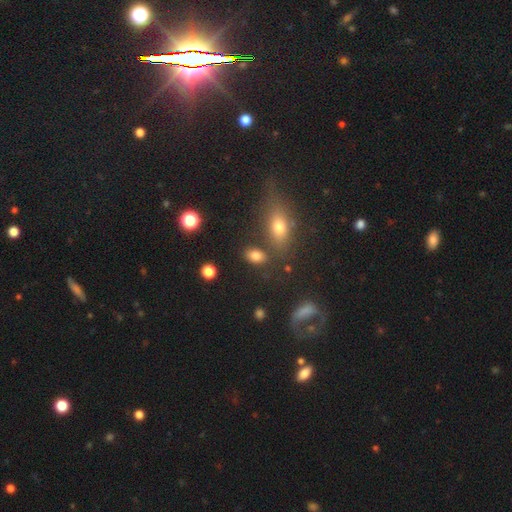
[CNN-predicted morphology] A smooth galaxy with no disk features (81%) that is in between round and cigar-shaped (83%).

Vote fractions:
- Smooth or featured? smooth: 81% / star or artifact: 12% / featured or disk: 7%
- How rounded? in between: 83% / round: 14% / cigar-shaped: 2%
- Merging? none: 74% / minor disturbance: 12% / merger: 9% / major disturbance: 4%